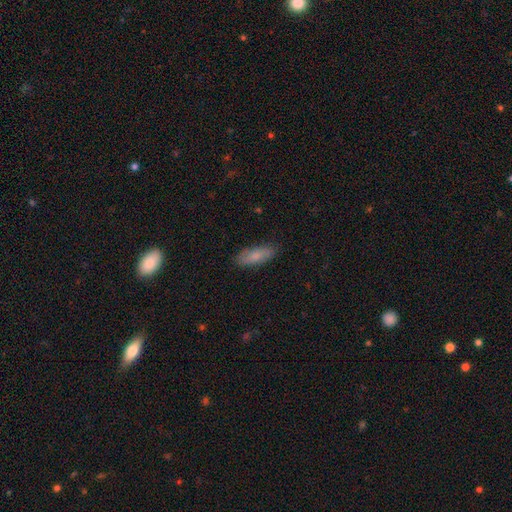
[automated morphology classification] Smooth or featured: smooth — 80% (featured or disk — 14%)
How rounded: in between — 69% (cigar-shaped — 29%)
Merging: none — 85% (minor disturbance — 11%)